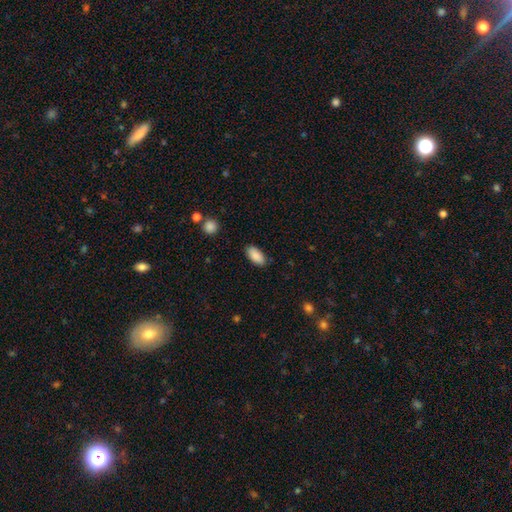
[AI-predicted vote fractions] Morphology: type=smooth (89%); roundness=in between (91%); merging=none (86%).